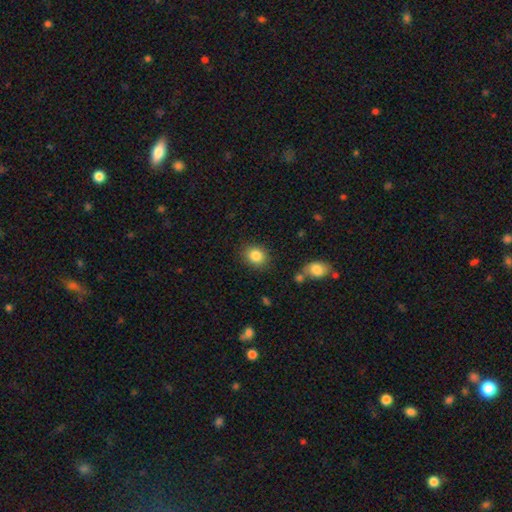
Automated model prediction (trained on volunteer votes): Overall: smooth (85%). How rounded: round (61%; in between 38%). Merging: none (85%).